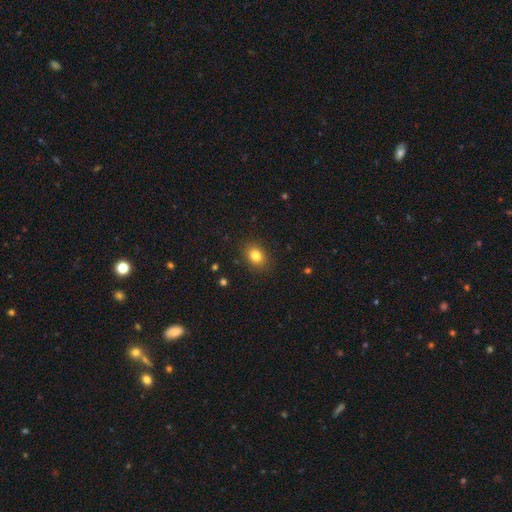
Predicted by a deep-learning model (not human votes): Smooth or featured: smooth — 82% (star or artifact — 11%)
How rounded: in between — 53% (round — 46%)
Merging: none — 88% (minor disturbance — 9%)